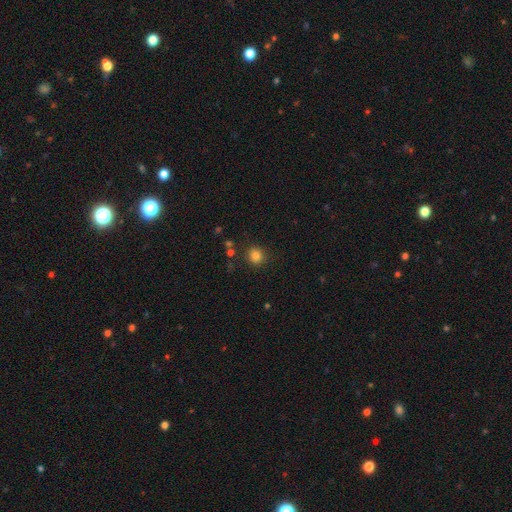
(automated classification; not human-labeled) This is clearly a smooth galaxy (83%). How rounded: clearly round (89%). Merging: clearly none (87%).